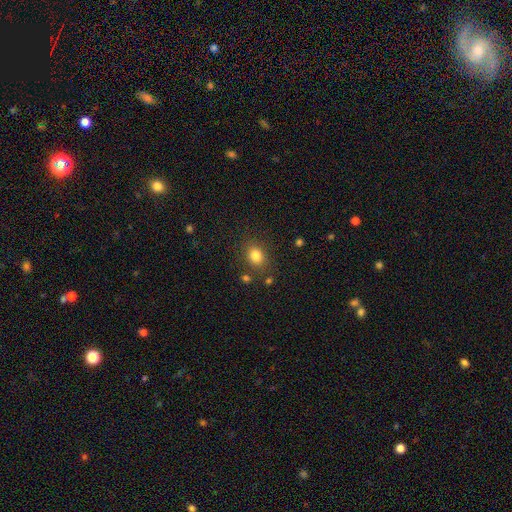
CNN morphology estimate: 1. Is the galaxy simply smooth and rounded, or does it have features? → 82% smooth, 12% star or artifact, 6% featured or disk.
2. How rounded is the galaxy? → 51% round, 48% in between, 1% cigar-shaped.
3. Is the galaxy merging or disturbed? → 81% none, 11% minor disturbance, 4% merger, 4% major disturbance.